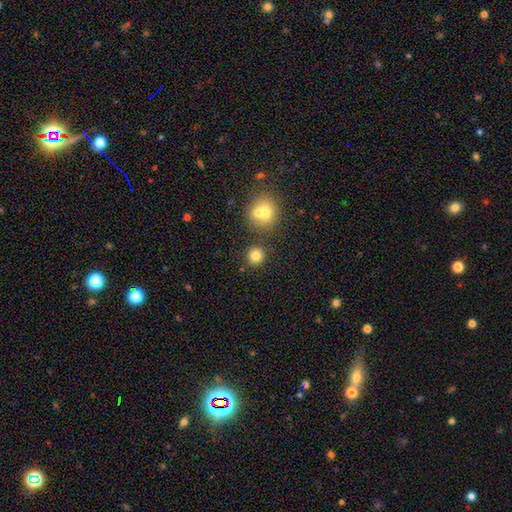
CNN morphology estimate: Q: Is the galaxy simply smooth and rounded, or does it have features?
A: smooth — 81%.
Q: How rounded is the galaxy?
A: round — 91%.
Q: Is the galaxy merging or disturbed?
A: none — 82%.